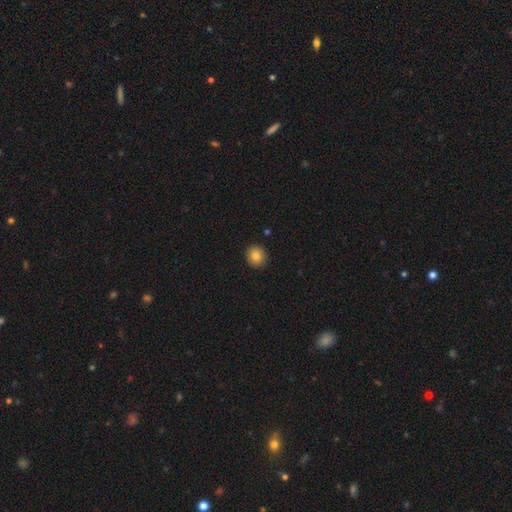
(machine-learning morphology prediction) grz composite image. It shows a smooth galaxy with no disk features (83%) that is round (89%). Merging: none (92%).